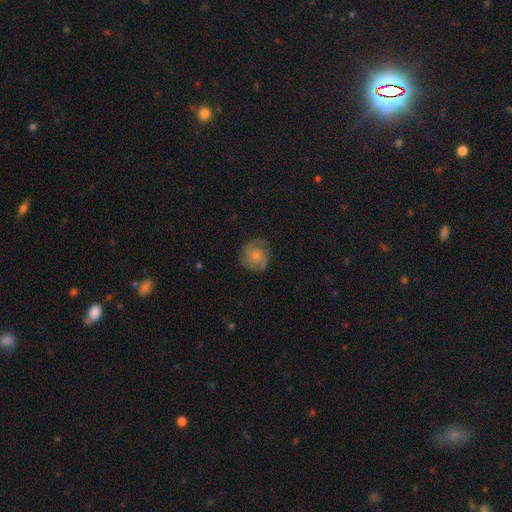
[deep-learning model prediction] smooth-or-featured: featured or disk: 54% | smooth: 38% | star or artifact: 7%
  disk-edge-on: no: 98% | yes: 2%
    bar: no: 80% | weak: 18% | strong: 2%
    has-spiral-arms: yes: 87% | no: 13%
    bulge-size: small: 51% | moderate: 38% | none: 7% | large: 3% | dominant: 1%
  merging: none: 76% | minor disturbance: 17% | major disturbance: 6% | merger: 1%